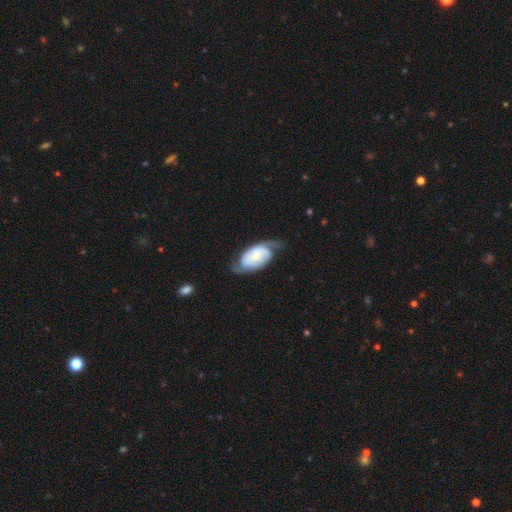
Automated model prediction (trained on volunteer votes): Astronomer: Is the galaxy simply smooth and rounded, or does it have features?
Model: featured or disk — 68%.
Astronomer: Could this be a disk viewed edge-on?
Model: no — 95%.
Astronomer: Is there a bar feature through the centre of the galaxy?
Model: no — 66%.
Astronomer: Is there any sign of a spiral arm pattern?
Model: yes — 88%.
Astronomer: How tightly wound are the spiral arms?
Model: medium — 40% (runner-up: tight, 36%).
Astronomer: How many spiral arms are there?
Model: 2 — 76%.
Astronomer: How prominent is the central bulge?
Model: small — 54% (runner-up: moderate, 29%).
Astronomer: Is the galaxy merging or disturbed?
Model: none — 55%.